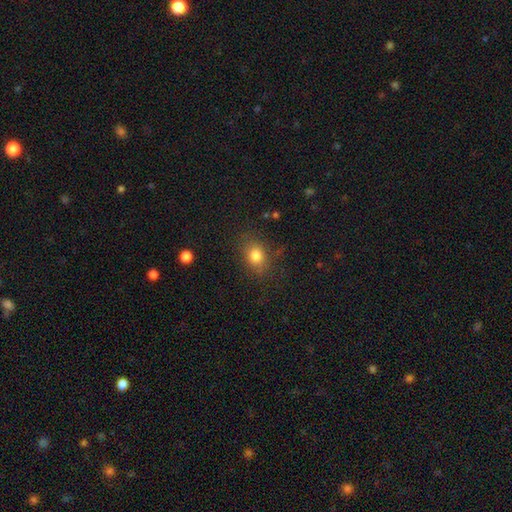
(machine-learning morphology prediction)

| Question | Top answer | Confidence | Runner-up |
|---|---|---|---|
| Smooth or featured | smooth | 80% | star or artifact (12%) |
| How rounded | round | 52% | in between (46%) |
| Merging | none | 79% | minor disturbance (14%) |